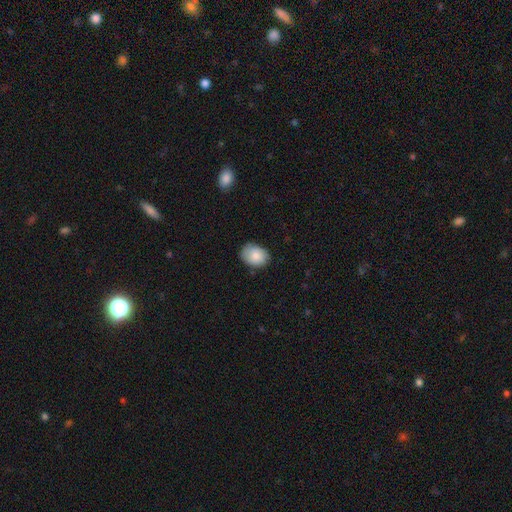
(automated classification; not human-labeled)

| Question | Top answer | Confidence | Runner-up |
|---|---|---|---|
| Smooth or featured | smooth | 84% | featured or disk (9%) |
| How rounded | in between | 67% | round (32%) |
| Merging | none | 76% | minor disturbance (19%) |